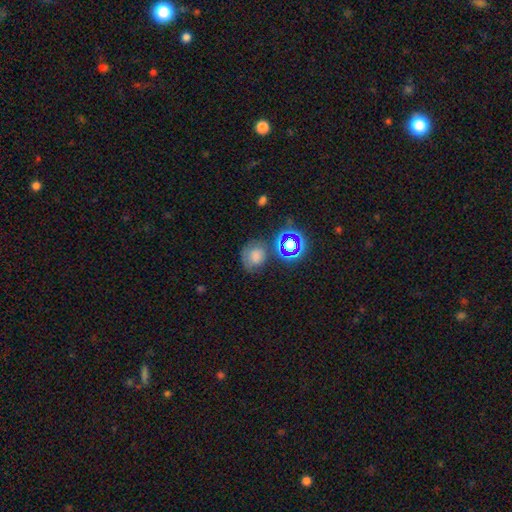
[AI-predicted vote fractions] A smooth galaxy with no disk features (53%) that is round (68%).

Vote fractions:
- Smooth or featured? smooth: 53% / star or artifact: 29% / featured or disk: 18%
- How rounded? round: 68% / in between: 31% / cigar-shaped: 1%
- Merging? none: 62% / minor disturbance: 18% / merger: 12% / major disturbance: 9%